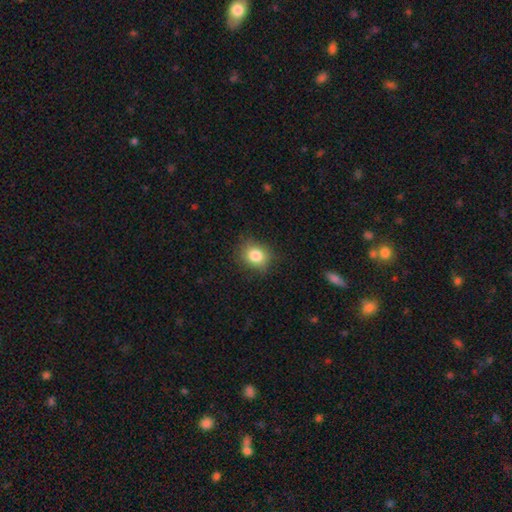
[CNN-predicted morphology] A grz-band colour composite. It shows a smooth galaxy with no disk features (83%) that is round (63%). Merging: none (81%).